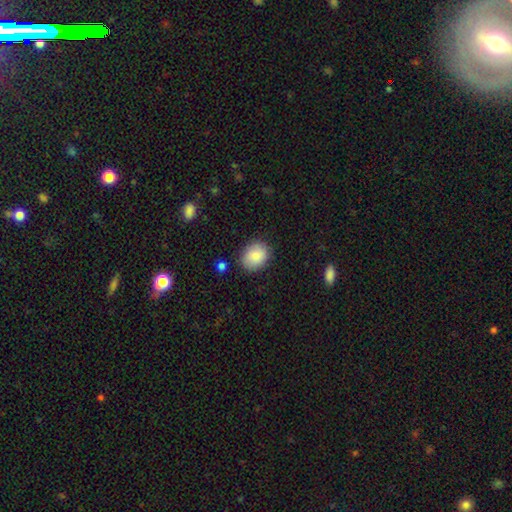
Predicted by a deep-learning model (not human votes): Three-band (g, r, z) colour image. It shows a smooth galaxy with no disk features (83%) that is in between round and cigar-shaped (53%). Merging: none (83%).